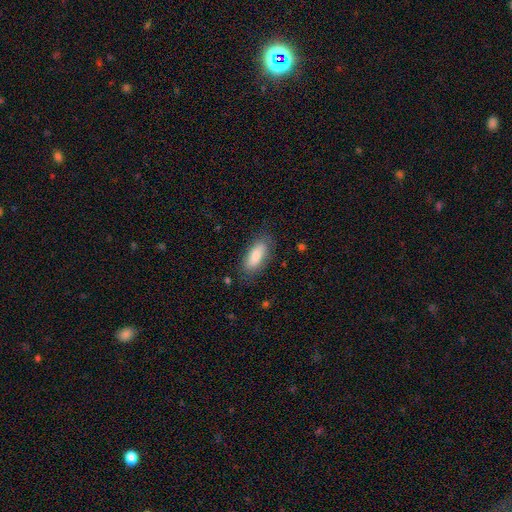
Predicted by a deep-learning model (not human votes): smooth_or_featured: smooth (p=0.83) [alt: featured or disk p=0.11]
how_rounded: in between (p=0.80) [alt: cigar-shaped p=0.18]
merging: none (p=0.79) [alt: minor disturbance p=0.15]